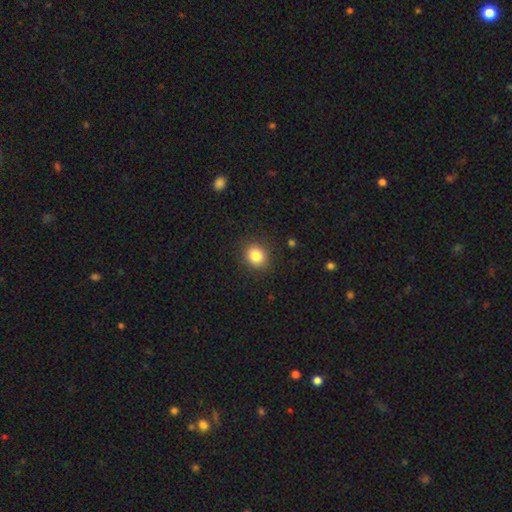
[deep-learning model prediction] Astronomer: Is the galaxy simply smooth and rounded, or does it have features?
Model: smooth — 84%.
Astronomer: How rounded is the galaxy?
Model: round — 65%.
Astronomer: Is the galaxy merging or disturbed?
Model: none — 88%.